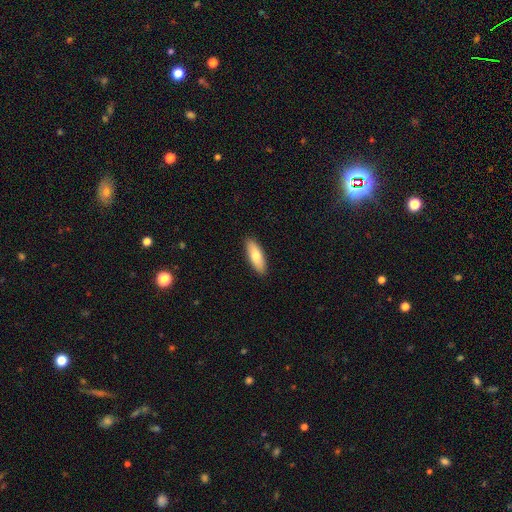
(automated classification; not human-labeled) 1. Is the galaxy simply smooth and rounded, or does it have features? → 75% smooth, 19% featured or disk, 6% star or artifact.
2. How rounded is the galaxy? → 67% in between, 30% cigar-shaped, 2% round.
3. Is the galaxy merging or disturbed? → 90% none, 7% minor disturbance, 1% major disturbance, 1% merger.